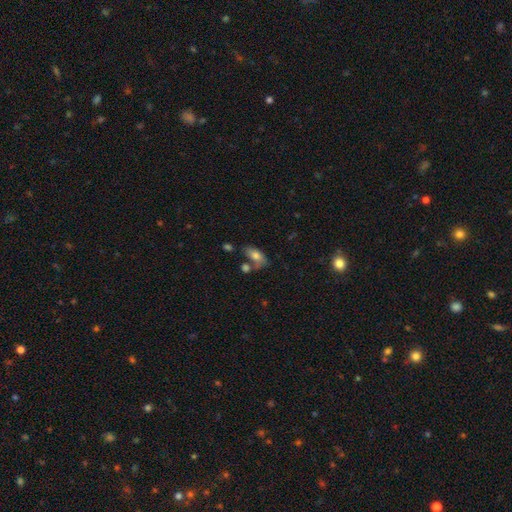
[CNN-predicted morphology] This is likely a smooth galaxy (76%). How rounded: clearly in between (88%). Merging: possibly none (51%).